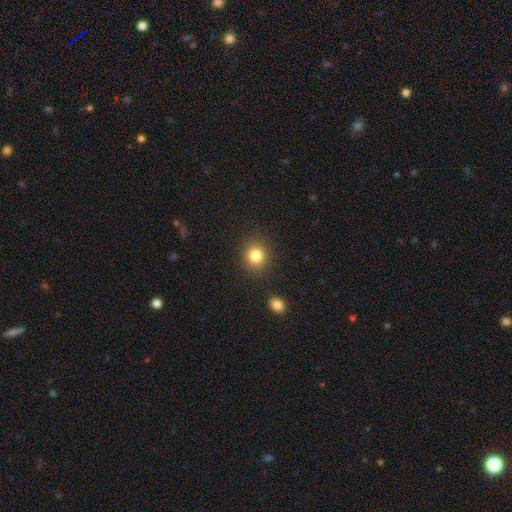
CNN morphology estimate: Q: Smooth or featured?
A: smooth (83%); runner-up: star or artifact (11%)
Q: How rounded?
A: round (81%); runner-up: in between (18%)
Q: Merging?
A: none (87%); runner-up: minor disturbance (8%)